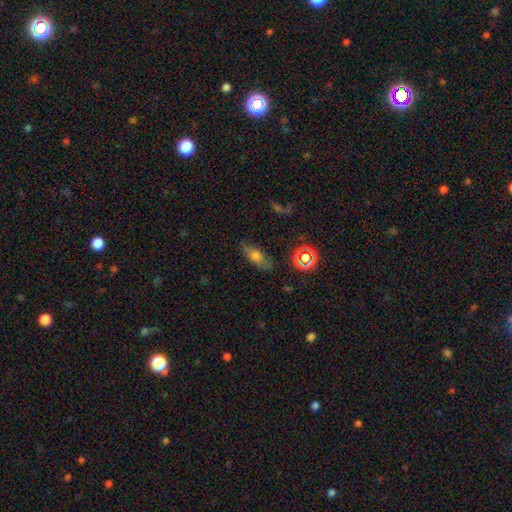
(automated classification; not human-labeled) This is likely a smooth galaxy (65%). How rounded: likely in between (70%). Merging: likely none (77%).